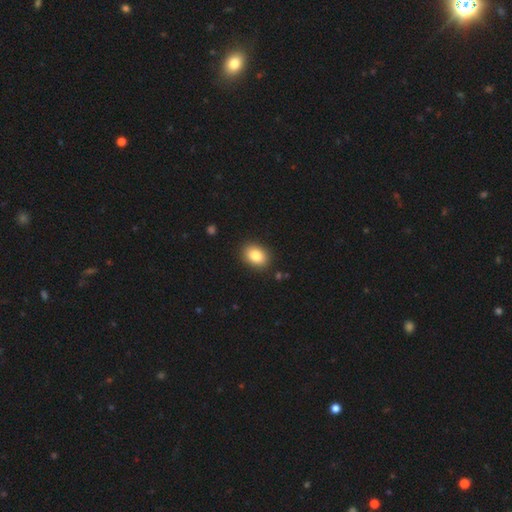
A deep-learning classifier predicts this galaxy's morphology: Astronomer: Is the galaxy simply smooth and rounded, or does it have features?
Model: smooth — 84%.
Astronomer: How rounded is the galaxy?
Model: in between — 73%.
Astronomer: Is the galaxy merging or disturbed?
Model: none — 89%.